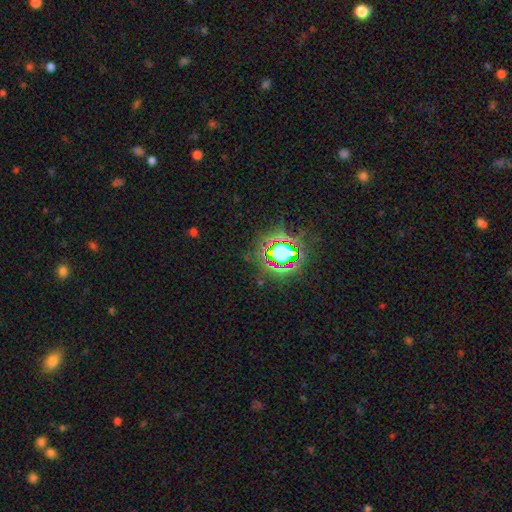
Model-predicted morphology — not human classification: Overall: star or artifact (78%).